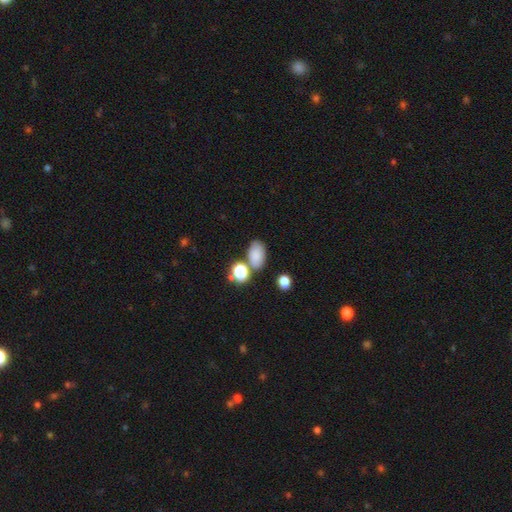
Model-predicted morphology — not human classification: The model was most divided on "merging": none: 67%, minor disturbance: 15%, merger: 13%, major disturbance: 5%. More confident: how rounded — in between (87%); smooth or featured — smooth (79%).